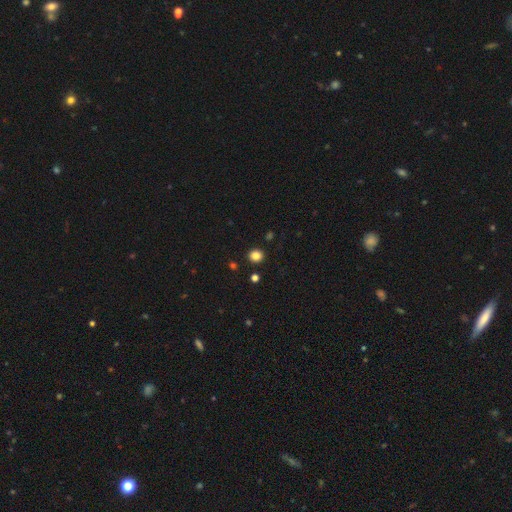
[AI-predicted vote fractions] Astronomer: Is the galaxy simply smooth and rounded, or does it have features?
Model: smooth — 84%.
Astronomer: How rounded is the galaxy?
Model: round — 85%.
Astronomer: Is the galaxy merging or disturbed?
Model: none — 91%.